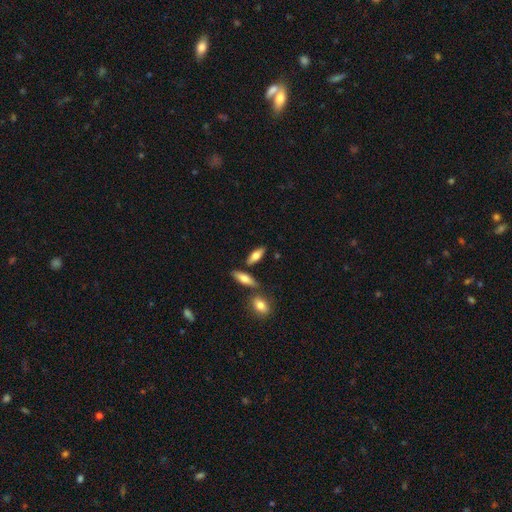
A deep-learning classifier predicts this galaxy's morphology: This is likely a smooth galaxy (69%). How rounded: likely in between (69%). Merging: likely none (75%).